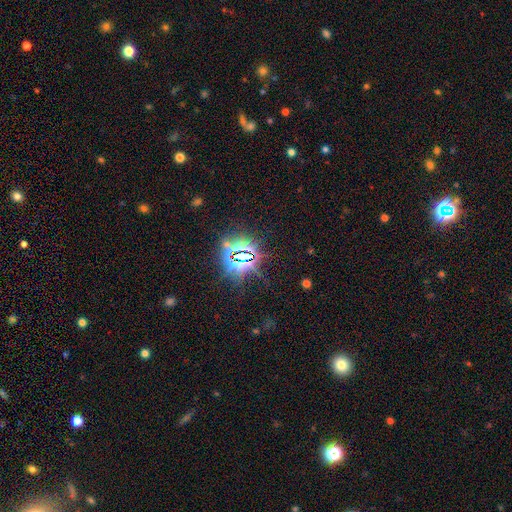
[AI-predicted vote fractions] The model was most divided on "smooth or featured": star or artifact: 81%, smooth: 10%, featured or disk: 9%.